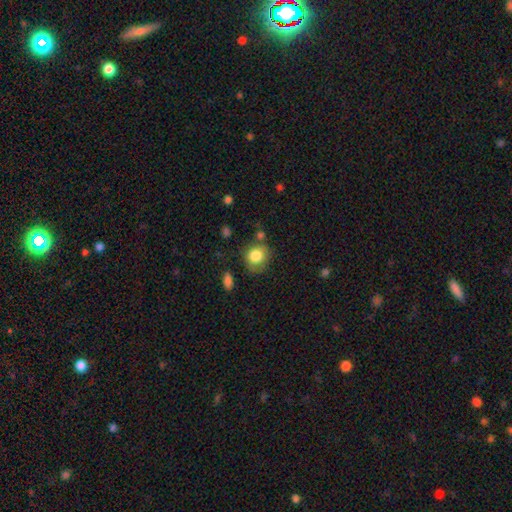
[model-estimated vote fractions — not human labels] smooth 82%, star or artifact 9%, featured or disk 9%. Down the decision tree: how rounded — round (80%); merging — none (66%).